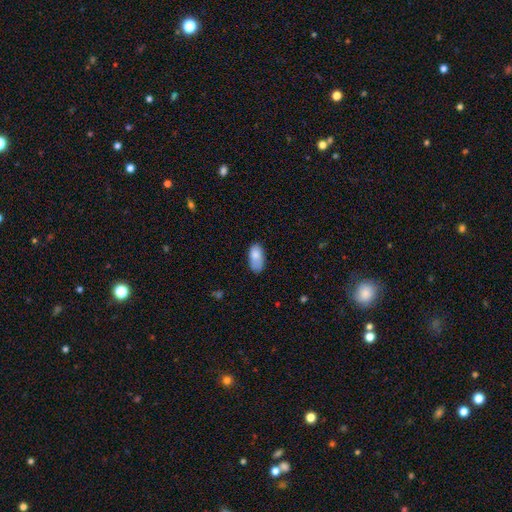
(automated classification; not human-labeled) A smooth galaxy with no disk features (82%) that is in between round and cigar-shaped (92%).

Vote fractions:
- Smooth or featured? smooth: 82% / featured or disk: 11% / star or artifact: 7%
- How rounded? in between: 92% / cigar-shaped: 5% / round: 3%
- Merging? none: 55% / minor disturbance: 33% / major disturbance: 9% / merger: 3%